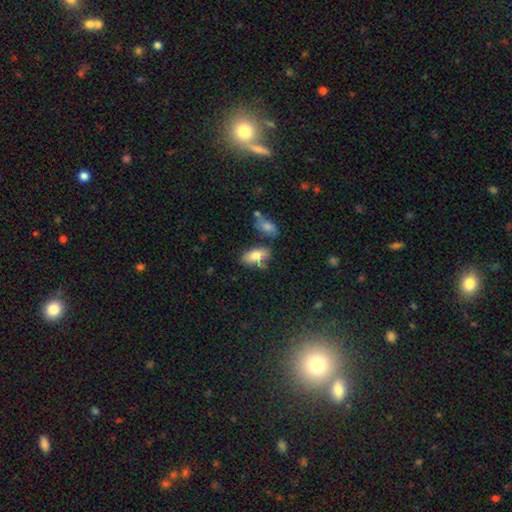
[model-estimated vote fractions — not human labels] Morphology: type=smooth (78%); roundness=in between (90%); merging=none (57%).